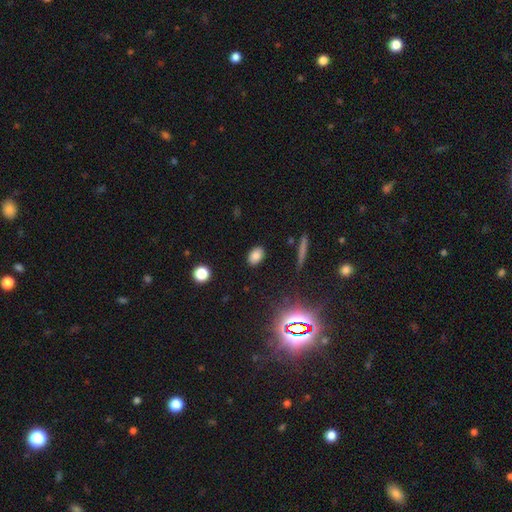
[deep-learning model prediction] This is likely a smooth galaxy (80%). How rounded: clearly in between (84%). Merging: clearly none (87%).